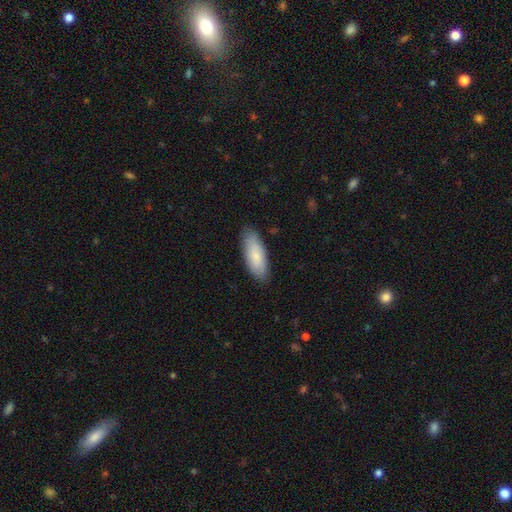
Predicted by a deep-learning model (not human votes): smooth 79%, featured or disk 15%, star or artifact 5%. Down the decision tree: how rounded — in between (74%); merging — none (83%).